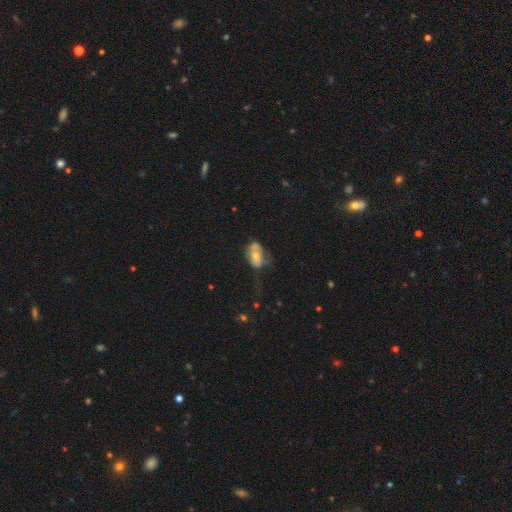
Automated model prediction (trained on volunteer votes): Overall: smooth (54%; featured or disk 37%). How rounded: in between (88%). Merging: none (34%; minor disturbance 32%).